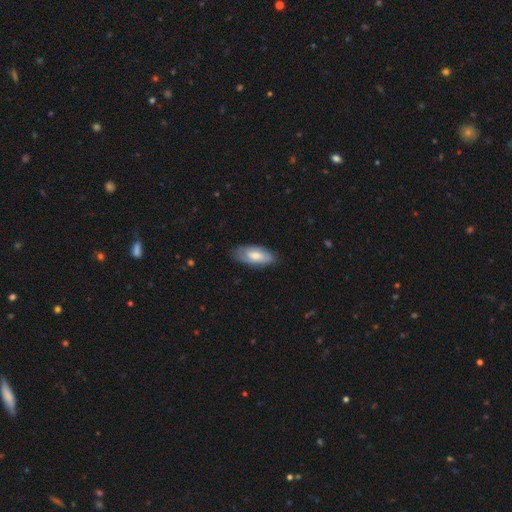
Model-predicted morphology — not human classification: smooth 68%, featured or disk 27%, star or artifact 6%. Down the decision tree: how rounded — in between (86%); merging — none (75%).